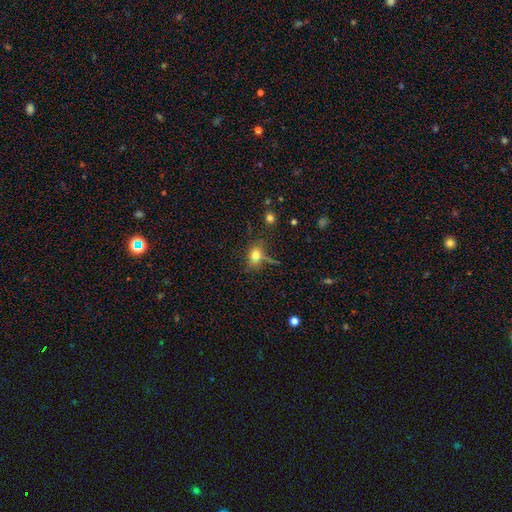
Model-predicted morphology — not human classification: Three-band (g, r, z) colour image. It shows a smooth galaxy with no disk features (73%) that is in between round and cigar-shaped (57%). Merging: none (61%).